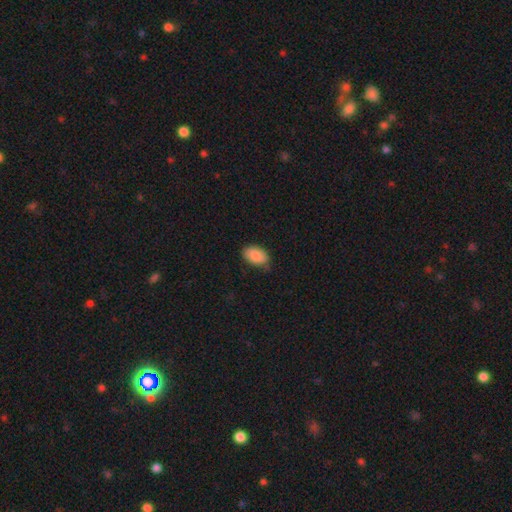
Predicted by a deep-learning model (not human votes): The model was most divided on "merging": none: 71%, minor disturbance: 24%, major disturbance: 4%, merger: 1%. More confident: how rounded — in between (91%); smooth or featured — smooth (88%).